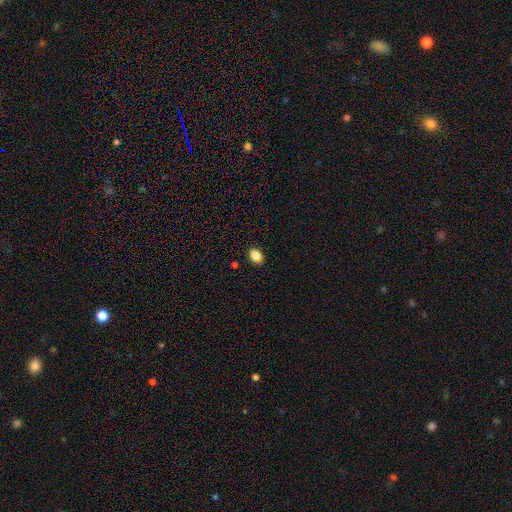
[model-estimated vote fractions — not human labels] This is clearly a smooth galaxy (88%). How rounded: likely in between (78%). Merging: clearly none (90%).